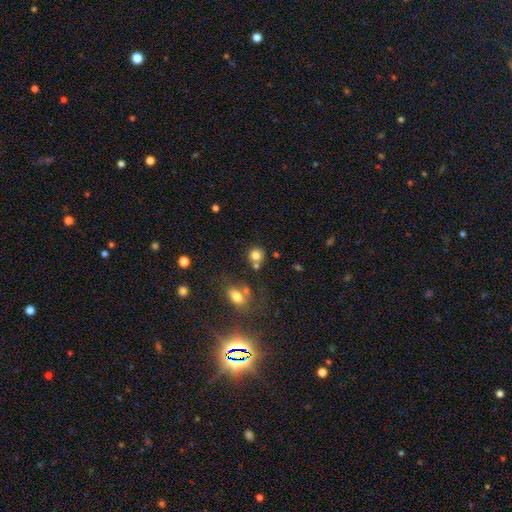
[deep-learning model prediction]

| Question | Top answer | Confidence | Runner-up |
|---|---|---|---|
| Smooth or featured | smooth | 79% | star or artifact (13%) |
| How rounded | round | 88% | in between (11%) |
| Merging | none | 66% | merger (19%) |